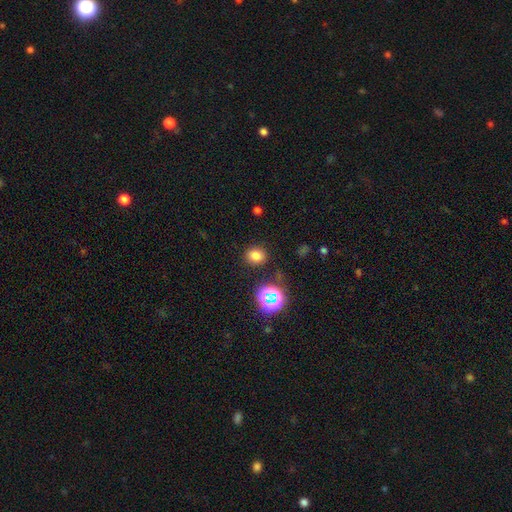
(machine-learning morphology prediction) type=smooth (75%); roundness=round (66%); merging=none (86%).